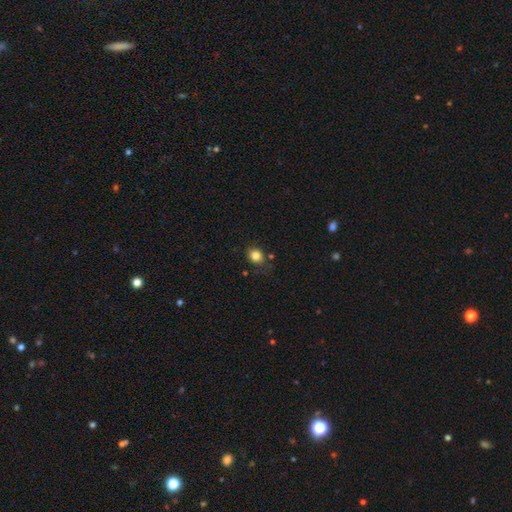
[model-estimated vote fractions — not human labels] The model was most divided on "how rounded": round: 68%, in between: 31%, cigar-shaped: 1%. More confident: smooth or featured — smooth (83%); merging — none (78%).